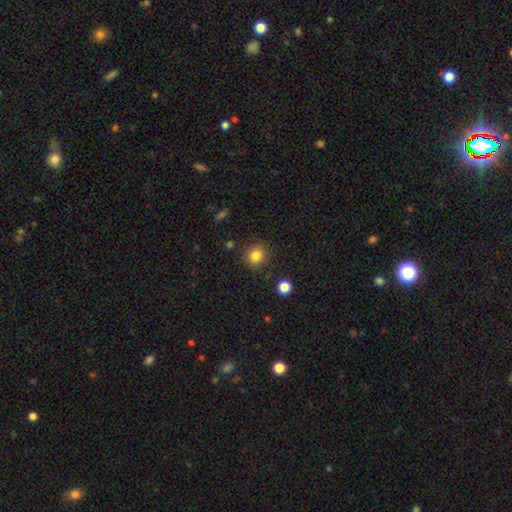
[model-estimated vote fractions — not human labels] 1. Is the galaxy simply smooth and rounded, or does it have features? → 83% smooth, 11% star or artifact, 5% featured or disk.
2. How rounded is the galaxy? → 87% round, 12% in between, 1% cigar-shaped.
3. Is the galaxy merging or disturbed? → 88% none, 8% minor disturbance, 3% major disturbance, 2% merger.